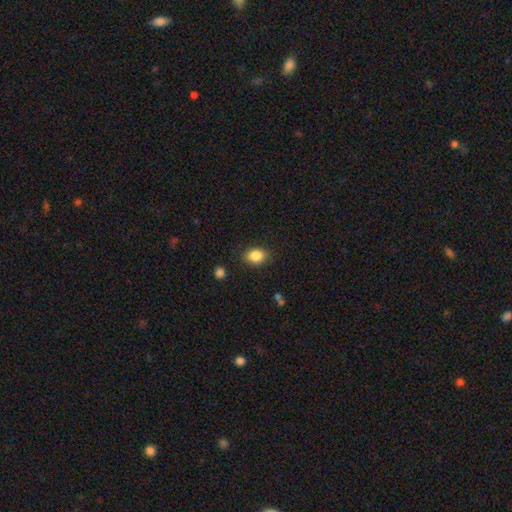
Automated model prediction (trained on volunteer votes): Smooth or featured? Predicted: smooth (p=0.86). How rounded? Predicted: in between (p=0.72). Merging? Predicted: none (p=0.85).